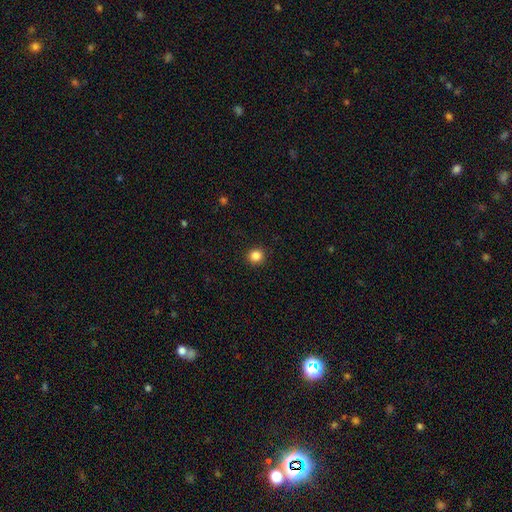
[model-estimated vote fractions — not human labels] smooth_or_featured: smooth (p=0.86) [alt: star or artifact p=0.11]
how_rounded: round (p=0.94) [alt: in between p=0.06]
merging: none (p=0.93) [alt: minor disturbance p=0.05]